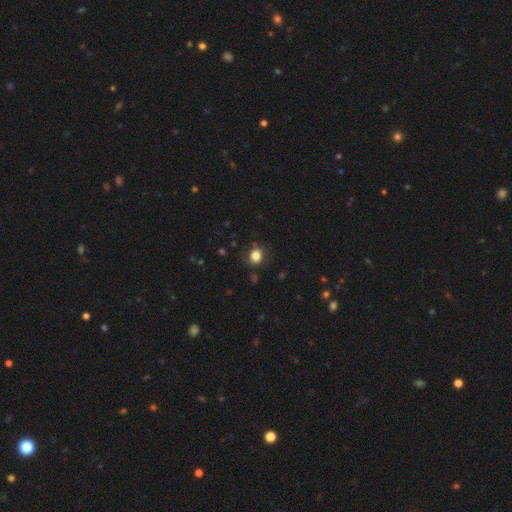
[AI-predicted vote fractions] Smooth or featured? Predicted: smooth (p=0.83). How rounded? Predicted: round (p=0.80). Merging? Predicted: none (p=0.81).